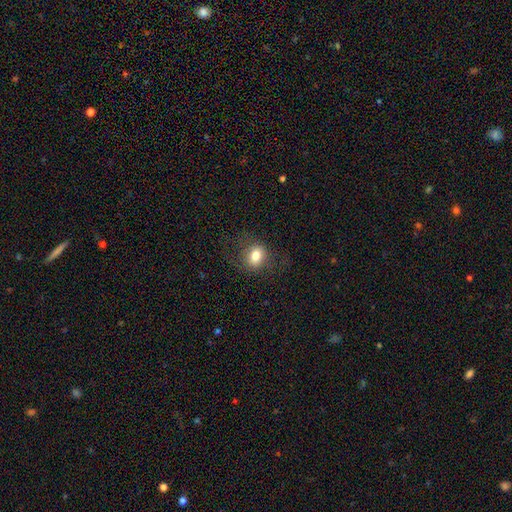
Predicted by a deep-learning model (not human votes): smooth-or-featured: smooth: 79% | star or artifact: 11% | featured or disk: 10%
  how-rounded: in between: 51% | round: 48% | cigar-shaped: 1%
  merging: none: 76% | minor disturbance: 15% | major disturbance: 8% | merger: 1%